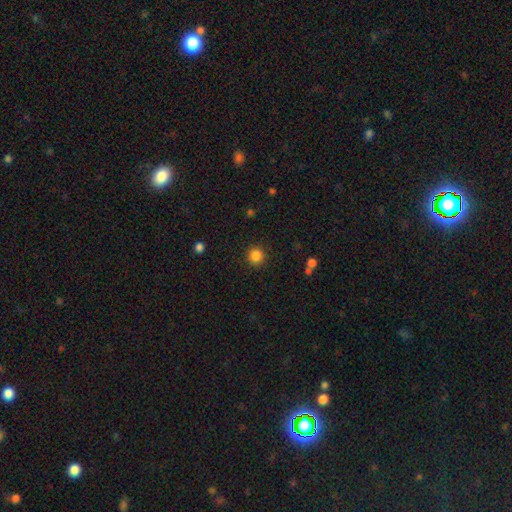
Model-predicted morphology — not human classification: Smooth or featured: smooth — 85% (star or artifact — 11%)
How rounded: round — 94% (in between — 5%)
Merging: none — 91% (minor disturbance — 6%)